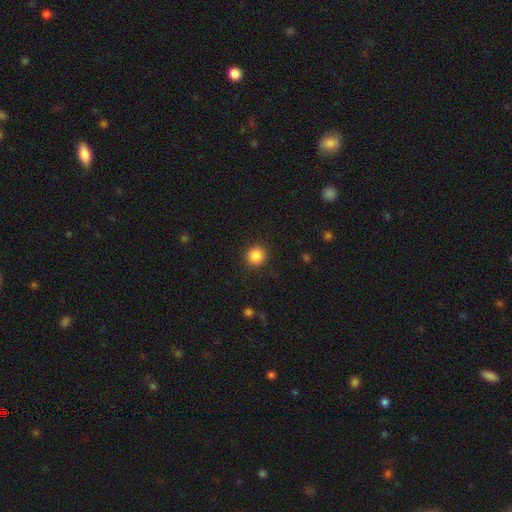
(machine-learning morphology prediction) Q: Smooth or featured?
A: smooth (86%); runner-up: star or artifact (10%)
Q: How rounded?
A: round (92%); runner-up: in between (7%)
Q: Merging?
A: none (91%); runner-up: minor disturbance (6%)